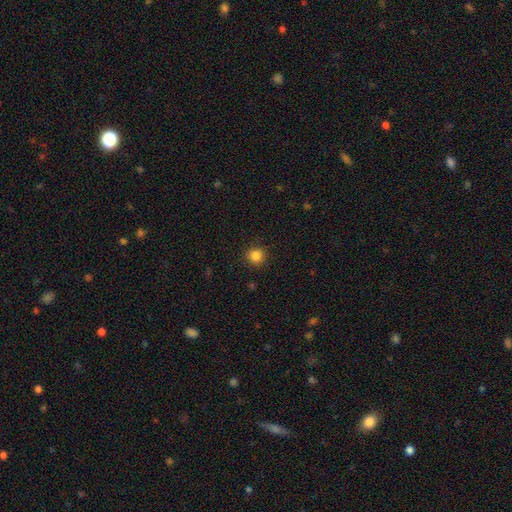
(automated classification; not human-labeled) A smooth galaxy with no disk features (85%) that is round (92%).

Vote fractions:
- Smooth or featured? smooth: 85% / star or artifact: 12% / featured or disk: 4%
- How rounded? round: 92% / in between: 7% / cigar-shaped: 1%
- Merging? none: 90% / minor disturbance: 7% / major disturbance: 2% / merger: 1%